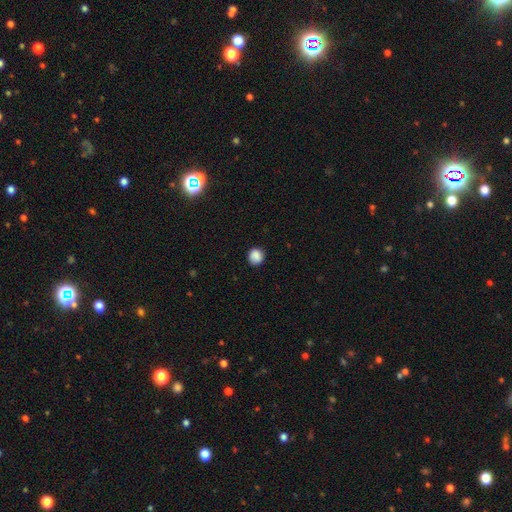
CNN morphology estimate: smooth 87%, star or artifact 9%, featured or disk 4%. Down the decision tree: how rounded — round (83%); merging — none (87%).